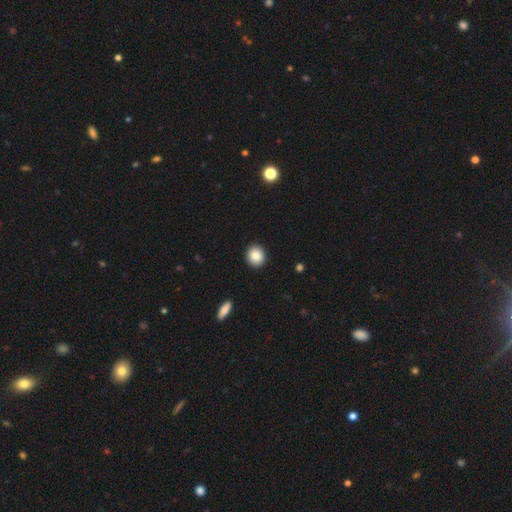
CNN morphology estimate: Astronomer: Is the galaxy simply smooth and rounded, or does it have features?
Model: smooth — 85%.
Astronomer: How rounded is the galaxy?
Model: round — 79%.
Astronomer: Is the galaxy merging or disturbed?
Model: none — 92%.